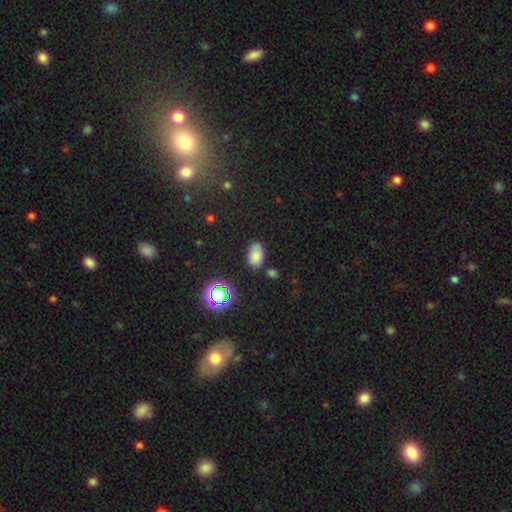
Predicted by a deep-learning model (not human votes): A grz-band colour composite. It shows a smooth galaxy with no disk features (75%) that is in between round and cigar-shaped (89%). Merging: none (69%).